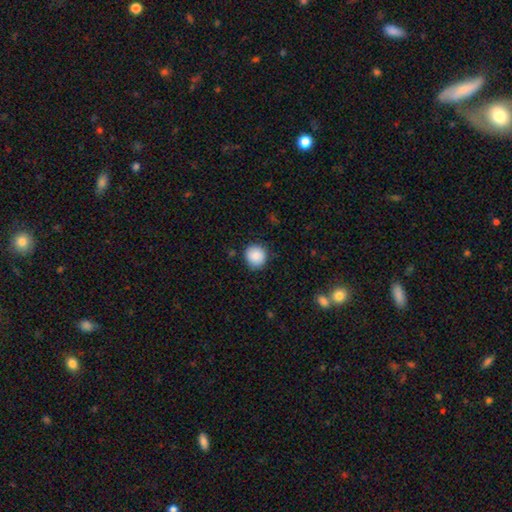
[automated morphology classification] smooth-or-featured: smooth: 88% | star or artifact: 8% | featured or disk: 4%
  how-rounded: round: 92% | in between: 7% | cigar-shaped: 1%
  merging: none: 87% | minor disturbance: 10% | major disturbance: 2% | merger: 1%